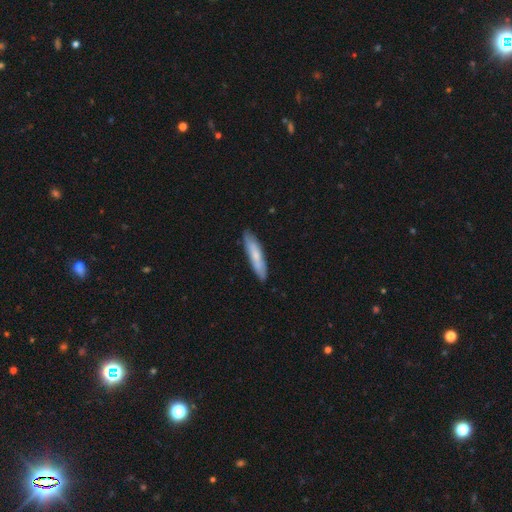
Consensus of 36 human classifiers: smooth 78%, featured or disk 17%, star or artifact 6%. Down the decision tree: how rounded — cigar-shaped (86%); merging — none (94%).